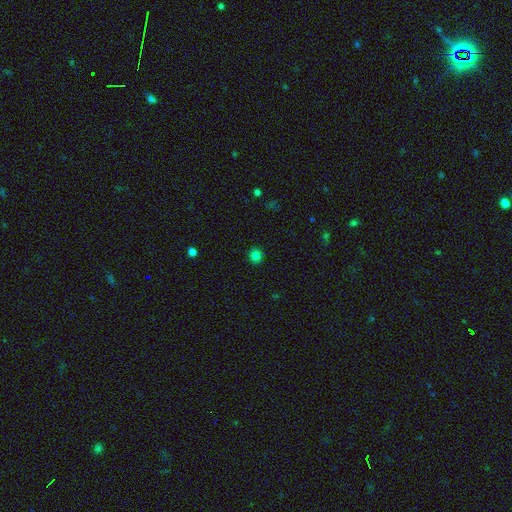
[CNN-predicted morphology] A smooth galaxy with no disk features (81%) that is round (88%).

Vote fractions:
- Smooth or featured? smooth: 81% / star or artifact: 14% / featured or disk: 5%
- How rounded? round: 88% / in between: 11% / cigar-shaped: 1%
- Merging? none: 91% / minor disturbance: 6% / major disturbance: 2% / merger: 1%